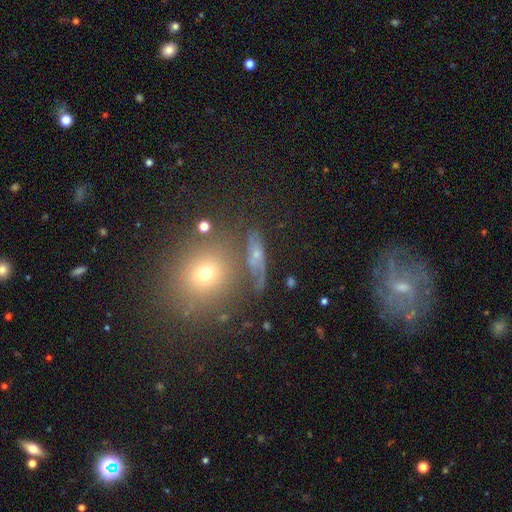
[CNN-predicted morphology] smooth-or-featured: smooth: 40% | featured or disk: 38% | star or artifact: 22%
  merging: none: 65% | minor disturbance: 16% | merger: 10% | major disturbance: 9%